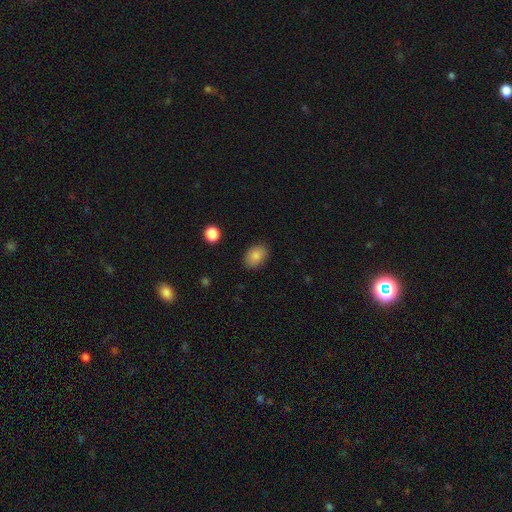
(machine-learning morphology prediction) Smooth or featured? smooth (85%)
How rounded? in between (79%)
Merging? none (86%)